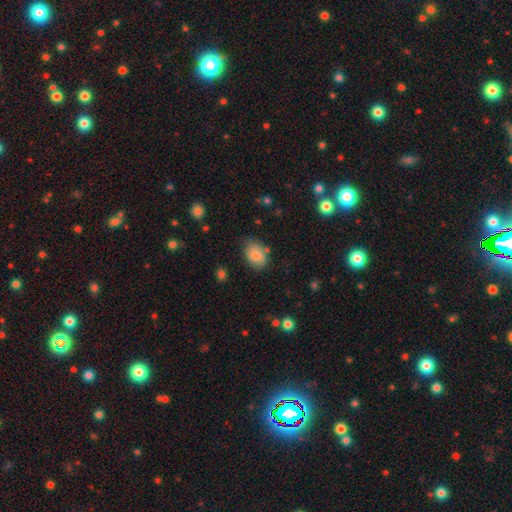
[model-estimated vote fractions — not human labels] This is clearly a smooth galaxy (82%). How rounded: clearly in between (83%). Merging: likely none (70%).